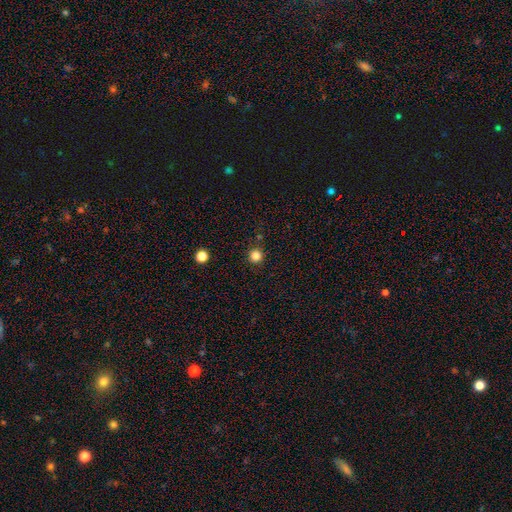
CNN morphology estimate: Smooth or featured: smooth — 83% (star or artifact — 13%)
How rounded: round — 95% (in between — 4%)
Merging: none — 90% (minor disturbance — 6%)